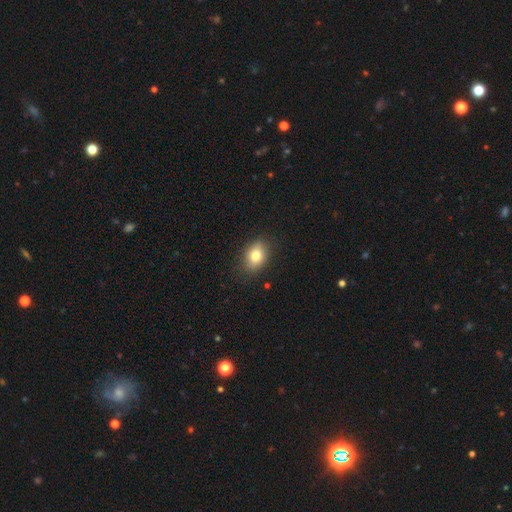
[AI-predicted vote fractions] Smooth or featured?
  - smooth: 79% *
  - featured or disk: 12%
  - star or artifact: 9%
How rounded?
  - in between: 74% *
  - round: 24%
  - cigar-shaped: 1%
Merging?
  - none: 84% *
  - minor disturbance: 12%
  - major disturbance: 3%
  - merger: 1%